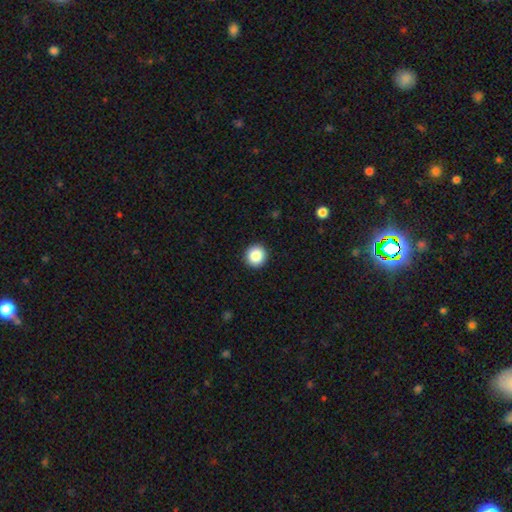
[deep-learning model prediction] A smooth galaxy with no disk features (87%) that is round (93%). Merging: none (93%).